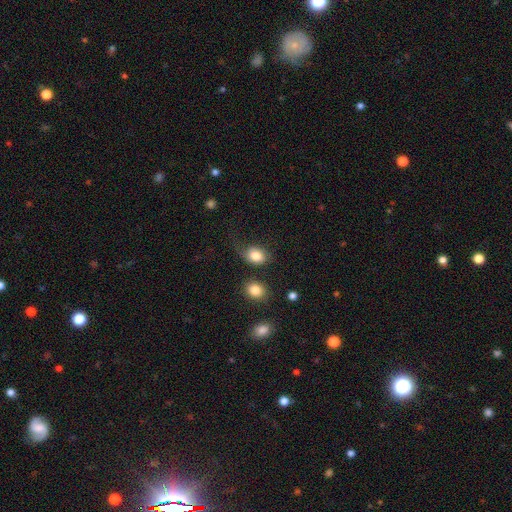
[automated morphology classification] type=smooth (81%); roundness=in between (58%); merging=none (53%).